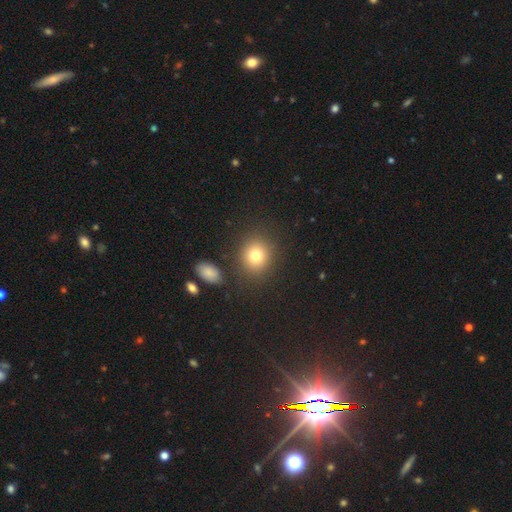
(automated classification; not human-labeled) This appears to be a smooth galaxy with no disk features (79%) that is round (79%). Merging: none (85%).